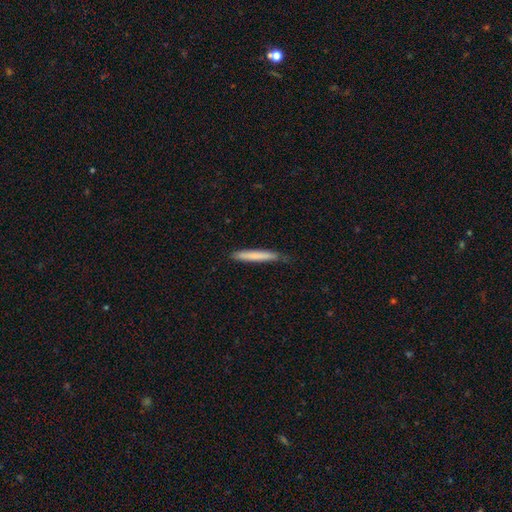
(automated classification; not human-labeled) This is likely a smooth galaxy (75%). How rounded: clearly cigar-shaped (95%). Merging: likely none (77%).